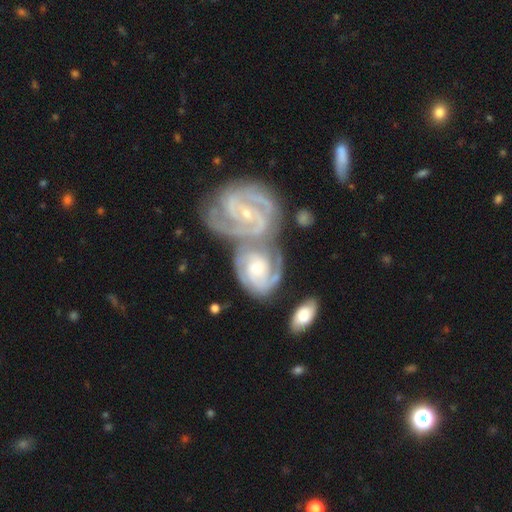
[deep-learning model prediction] Smooth or featured? Predicted: featured or disk (p=0.86). Edge-on disk? Predicted: no (p=0.96). Bar? Predicted: weak (p=0.41). Spiral arms? Predicted: yes (p=0.97). Spiral winding? Predicted: tight (p=0.65). Spiral arm count? Predicted: 2 (p=0.44). Bulge size? Predicted: small (p=0.59). Merging? Predicted: merger (p=0.54).